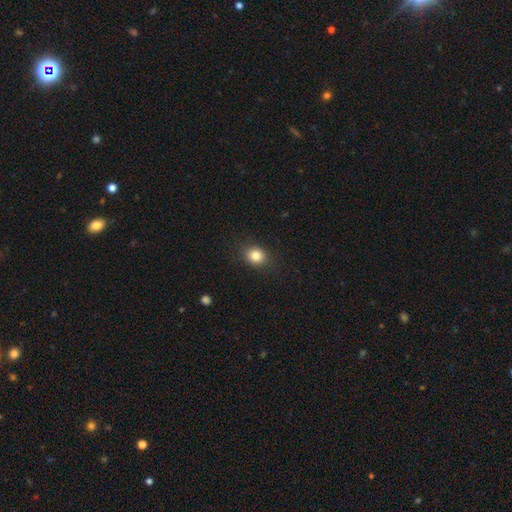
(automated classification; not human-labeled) This appears to be a smooth galaxy with no disk features (83%) that is round (61%). Merging: none (87%).